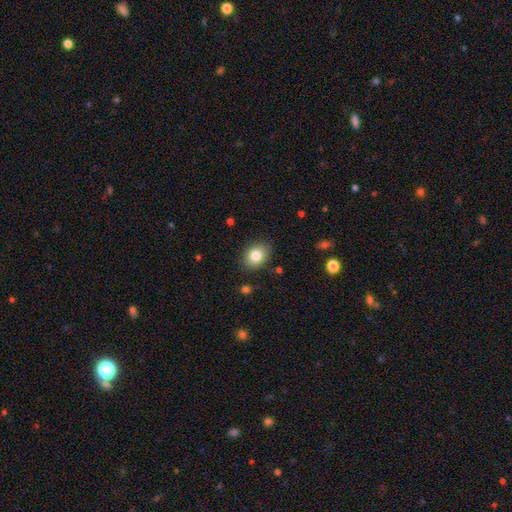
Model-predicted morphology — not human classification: The model was most divided on "how rounded": in between: 61%, round: 38%, cigar-shaped: 1%. More confident: merging — none (86%); smooth or featured — smooth (82%).